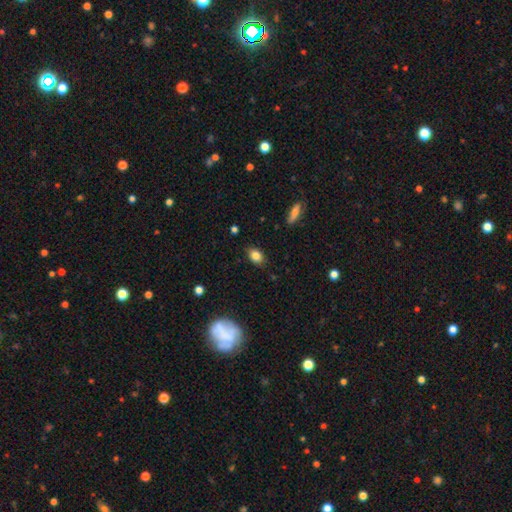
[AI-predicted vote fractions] Smooth or featured? smooth (83%)
How rounded? in between (76%)
Merging? none (84%)